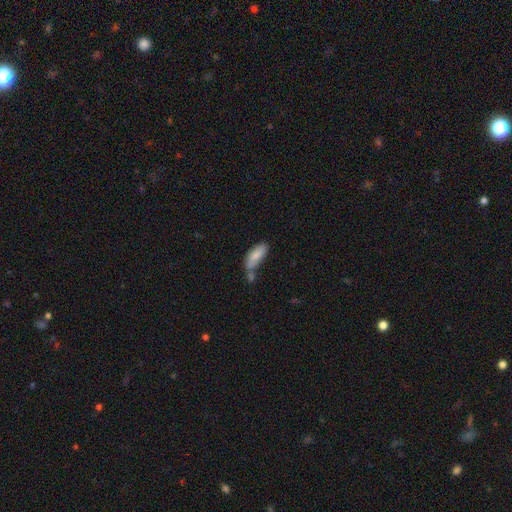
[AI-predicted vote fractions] Q: Smooth or featured?
A: smooth (77%); runner-up: featured or disk (16%)
Q: How rounded?
A: in between (72%); runner-up: cigar-shaped (26%)
Q: Merging?
A: none (37%); runner-up: merger (32%)